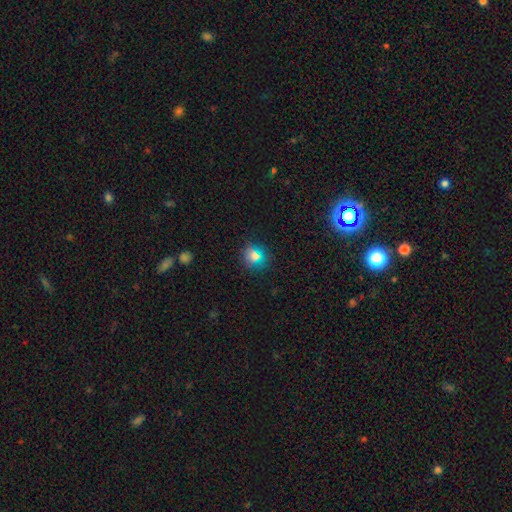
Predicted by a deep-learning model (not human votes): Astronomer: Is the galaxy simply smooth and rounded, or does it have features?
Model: smooth — 68%.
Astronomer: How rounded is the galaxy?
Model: round — 85%.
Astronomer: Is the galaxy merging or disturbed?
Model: none — 85%.